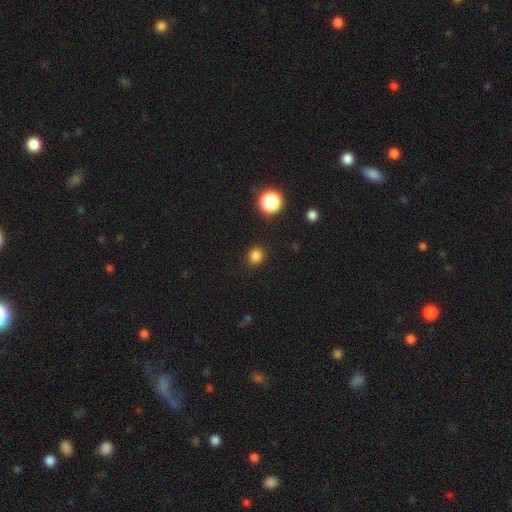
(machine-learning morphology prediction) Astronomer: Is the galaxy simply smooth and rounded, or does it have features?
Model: smooth — 82%.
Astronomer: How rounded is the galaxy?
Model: round — 88%.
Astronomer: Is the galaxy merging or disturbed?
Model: none — 91%.